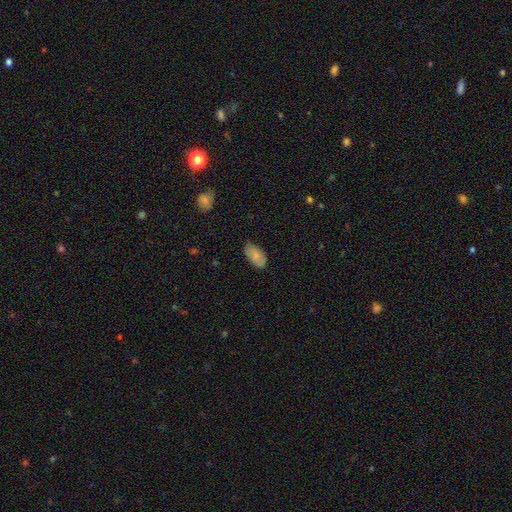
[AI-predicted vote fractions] Overall: smooth (78%). How rounded: in between (94%). Merging: none (72%).